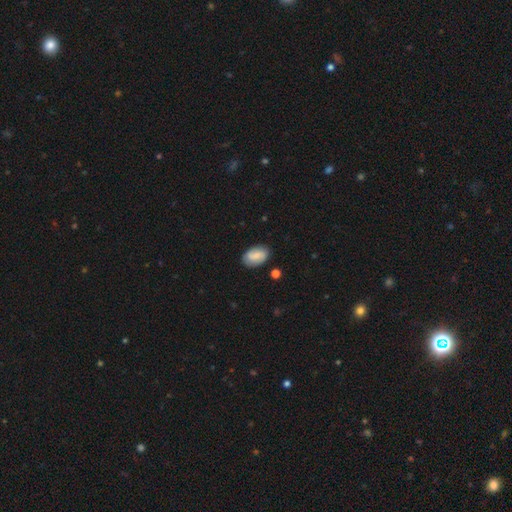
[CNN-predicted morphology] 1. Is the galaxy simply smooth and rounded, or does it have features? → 63% smooth, 30% featured or disk, 7% star or artifact.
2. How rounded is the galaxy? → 90% in between, 8% round, 2% cigar-shaped.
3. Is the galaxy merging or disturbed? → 81% none, 14% minor disturbance, 3% major disturbance, 2% merger.